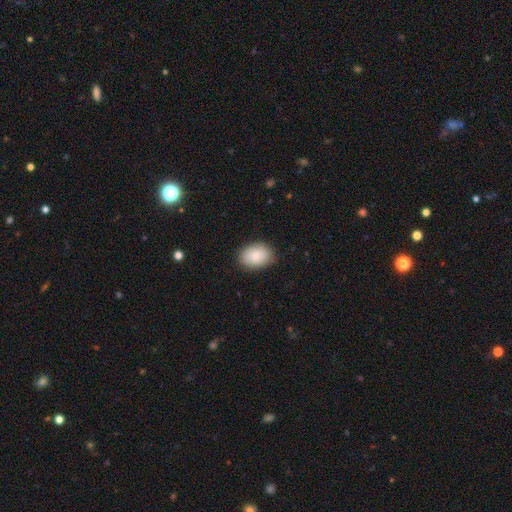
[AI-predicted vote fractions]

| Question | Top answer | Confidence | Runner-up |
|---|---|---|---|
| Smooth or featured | smooth | 85% | featured or disk (8%) |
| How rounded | in between | 81% | round (18%) |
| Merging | none | 85% | minor disturbance (11%) |